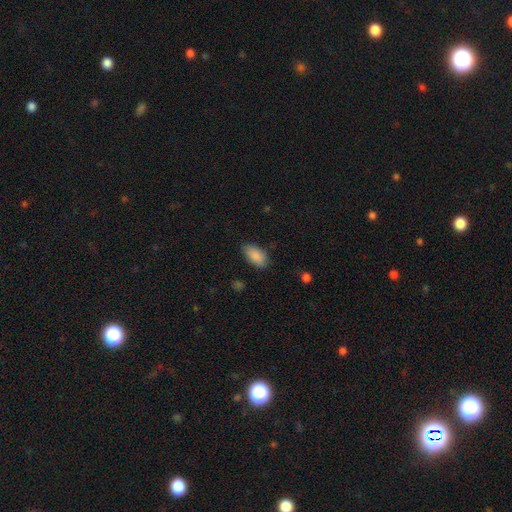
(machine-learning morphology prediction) Q: Smooth or featured?
A: smooth (88%); runner-up: star or artifact (7%)
Q: How rounded?
A: in between (93%); runner-up: cigar-shaped (4%)
Q: Merging?
A: none (82%); runner-up: minor disturbance (14%)